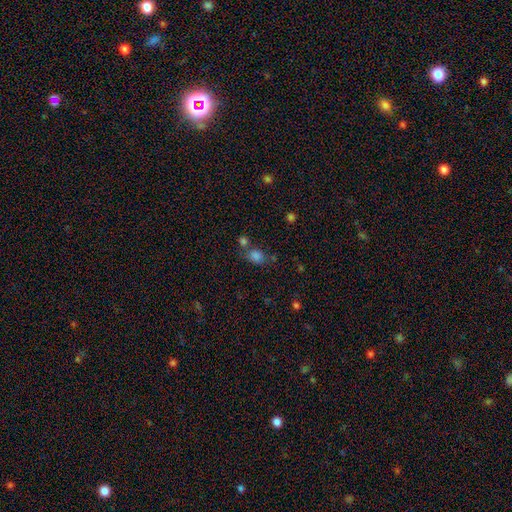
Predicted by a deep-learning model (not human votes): smooth-or-featured: smooth: 79% | star or artifact: 15% | featured or disk: 6%
  how-rounded: in between: 56% | round: 42% | cigar-shaped: 1%
  merging: none: 57% | merger: 23% | minor disturbance: 14% | major disturbance: 6%